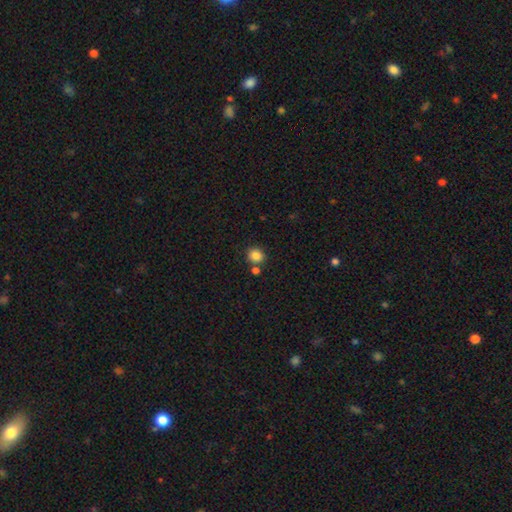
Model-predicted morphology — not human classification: smooth-or-featured: smooth: 85% | star or artifact: 10% | featured or disk: 4%
  how-rounded: round: 79% | in between: 20% | cigar-shaped: 1%
  merging: none: 74% | merger: 14% | minor disturbance: 9% | major disturbance: 3%